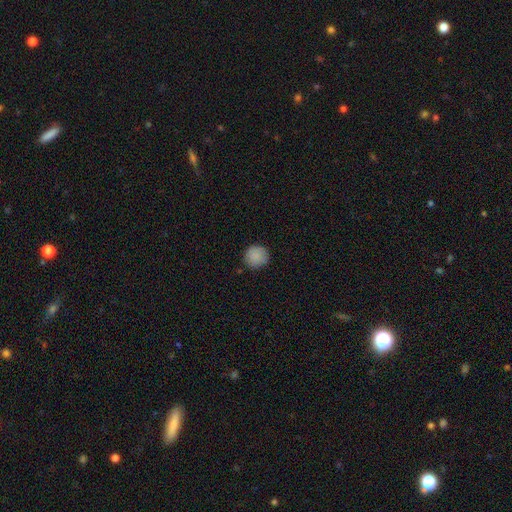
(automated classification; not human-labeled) This appears to be a smooth galaxy with no disk features (88%) that is round (93%). Merging: none (87%).